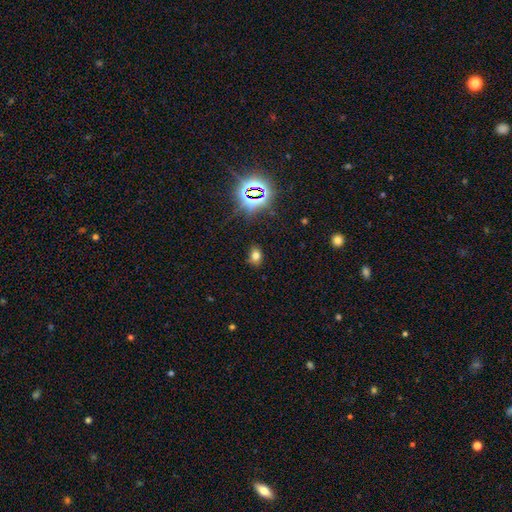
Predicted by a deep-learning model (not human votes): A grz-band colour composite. It shows a smooth galaxy with no disk features (68%) that is in between round and cigar-shaped (65%). Merging: none (82%).